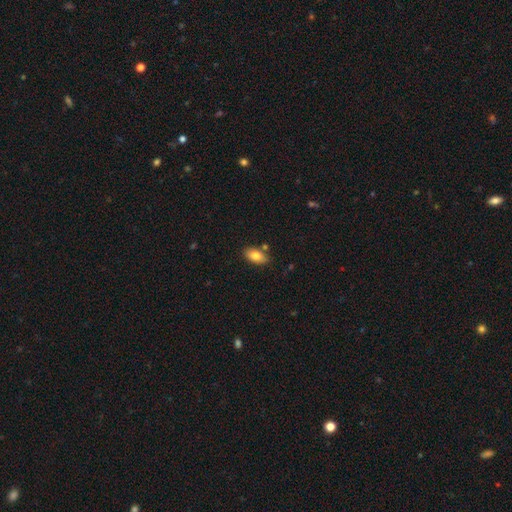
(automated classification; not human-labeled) Smooth or featured: smooth — 81% (featured or disk — 12%)
How rounded: in between — 92% (round — 4%)
Merging: none — 80% (minor disturbance — 12%)